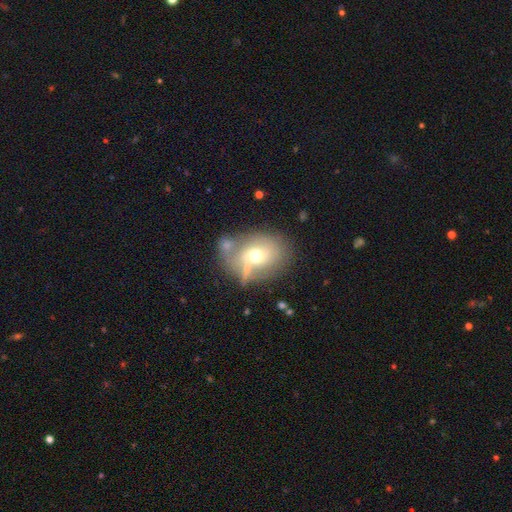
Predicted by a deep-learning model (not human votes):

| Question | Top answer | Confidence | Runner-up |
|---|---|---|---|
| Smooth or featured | smooth | 50% | featured or disk (39%) |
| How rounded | in between | 59% | round (39%) |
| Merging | none | 42% | merger (23%) |